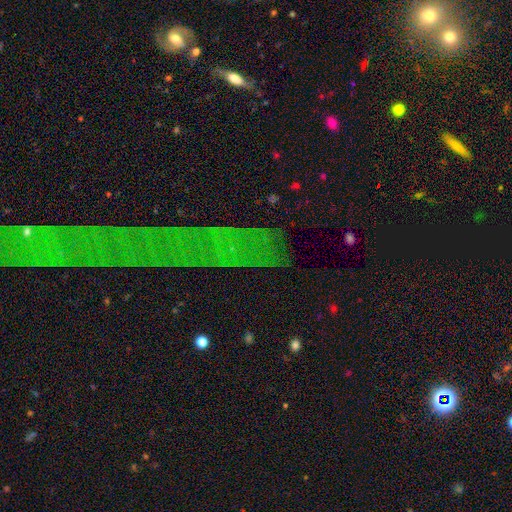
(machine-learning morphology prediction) Smooth or featured? star or artifact (70%)